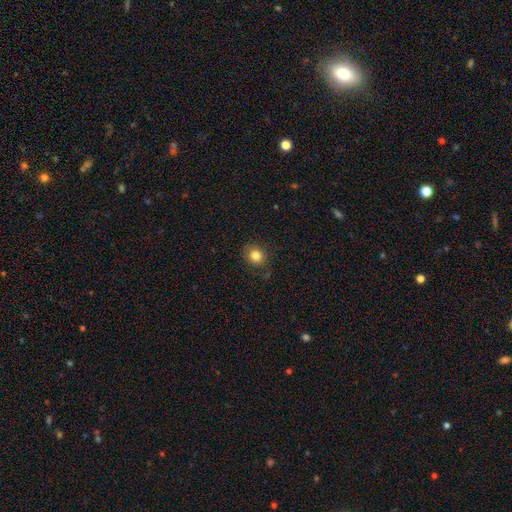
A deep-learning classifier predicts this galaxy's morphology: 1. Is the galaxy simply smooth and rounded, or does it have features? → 83% smooth, 11% star or artifact, 6% featured or disk.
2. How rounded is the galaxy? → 71% round, 28% in between, 1% cigar-shaped.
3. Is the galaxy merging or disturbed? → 84% none, 11% minor disturbance, 3% major disturbance, 1% merger.